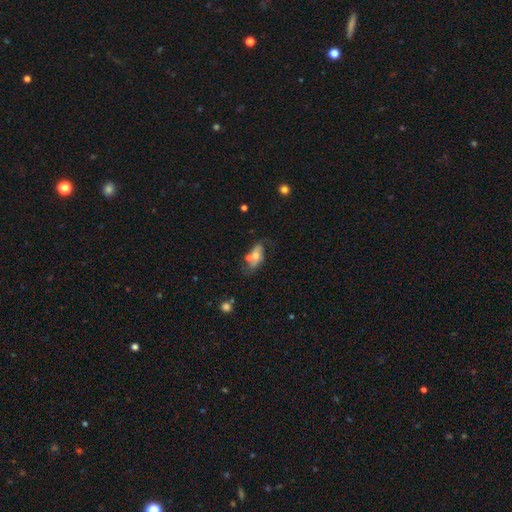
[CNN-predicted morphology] featured or disk 50%, smooth 41%, star or artifact 9%. Down the decision tree: edge-on disk — no (88%); merging — none (43%).